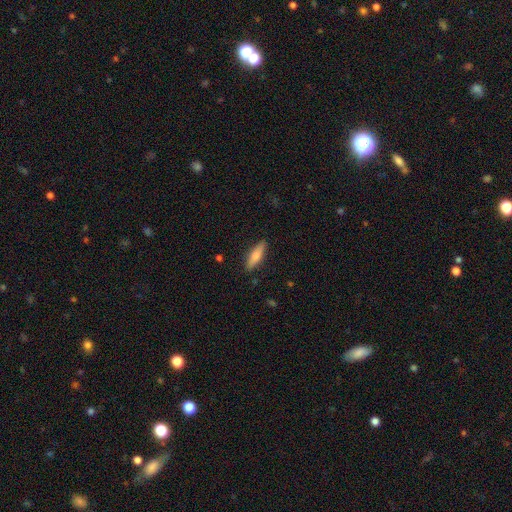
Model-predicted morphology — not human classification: Smooth or featured?
  - smooth: 74% *
  - featured or disk: 21%
  - star or artifact: 6%
How rounded?
  - cigar-shaped: 58% *
  - in between: 40%
  - round: 2%
Merging?
  - none: 88% *
  - minor disturbance: 9%
  - major disturbance: 2%
  - merger: 1%